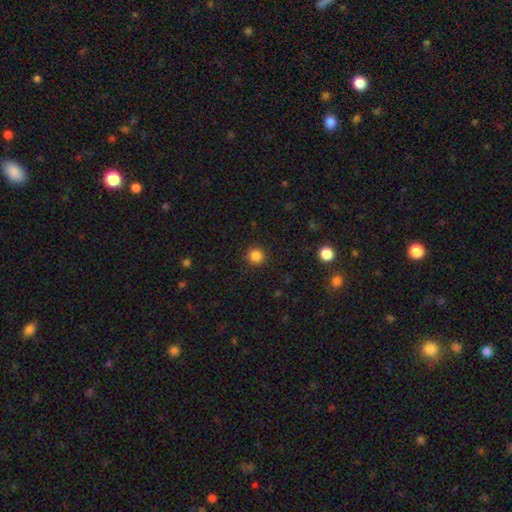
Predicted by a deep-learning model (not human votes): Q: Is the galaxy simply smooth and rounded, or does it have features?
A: smooth — 85%.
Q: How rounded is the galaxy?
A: round — 94%.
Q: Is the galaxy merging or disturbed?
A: none — 91%.